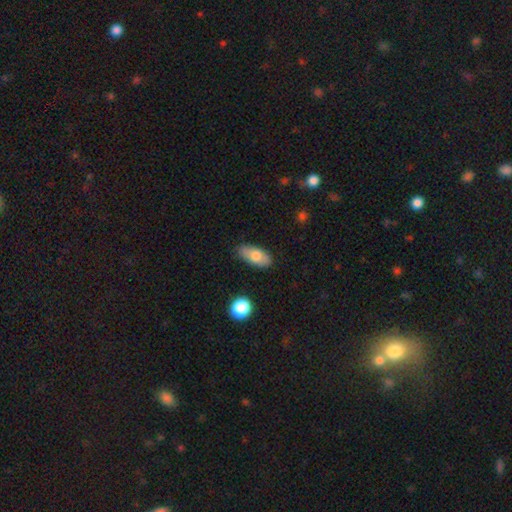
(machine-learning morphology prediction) The model was most divided on "smooth or featured": smooth: 74%, featured or disk: 19%, star or artifact: 6%. More confident: how rounded — in between (88%); merging — none (82%).